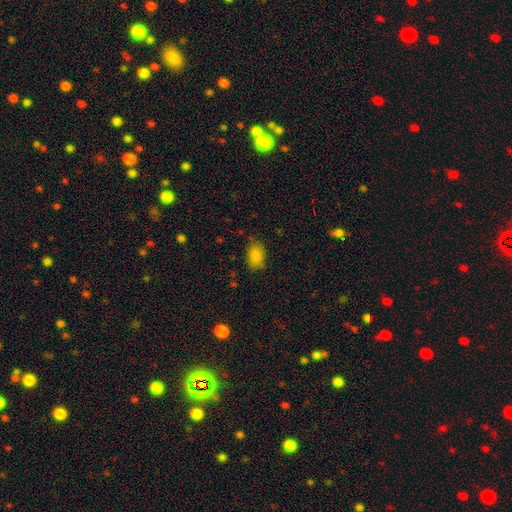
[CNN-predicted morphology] Smooth or featured: smooth — 86% (star or artifact — 9%)
How rounded: in between — 83% (round — 16%)
Merging: none — 77% (minor disturbance — 18%)